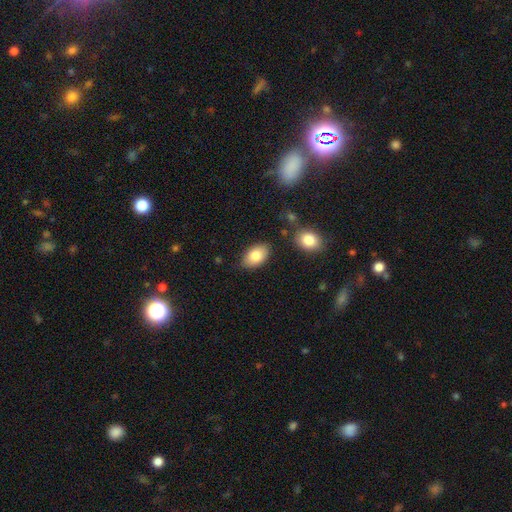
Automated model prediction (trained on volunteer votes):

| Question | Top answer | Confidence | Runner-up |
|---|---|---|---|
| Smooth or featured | smooth | 82% | featured or disk (11%) |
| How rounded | in between | 92% | round (7%) |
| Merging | none | 80% | minor disturbance (13%) |